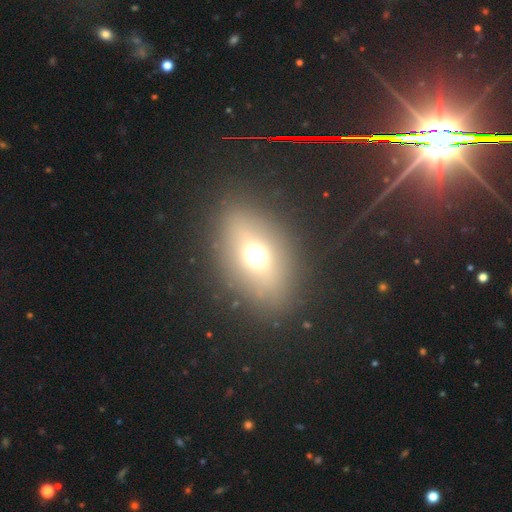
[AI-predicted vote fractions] Overall: smooth (59%; featured or disk 21%). How rounded: in between (66%; round 31%). Merging: none (83%).